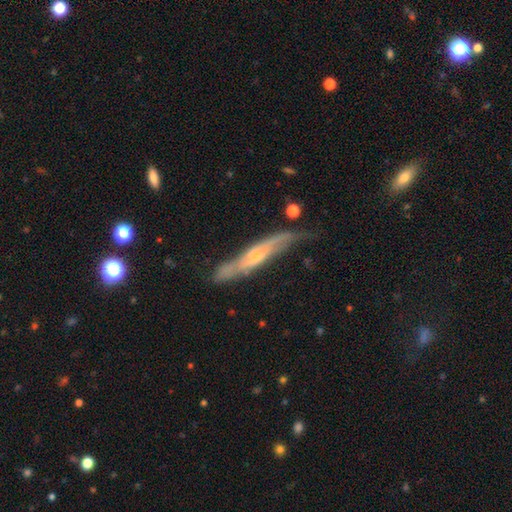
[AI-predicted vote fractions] The model was most divided on "merging": none: 55%, minor disturbance: 29%, major disturbance: 12%, merger: 4%. More confident: smooth or featured — featured or disk (68%); edge-on disk — yes (65%).